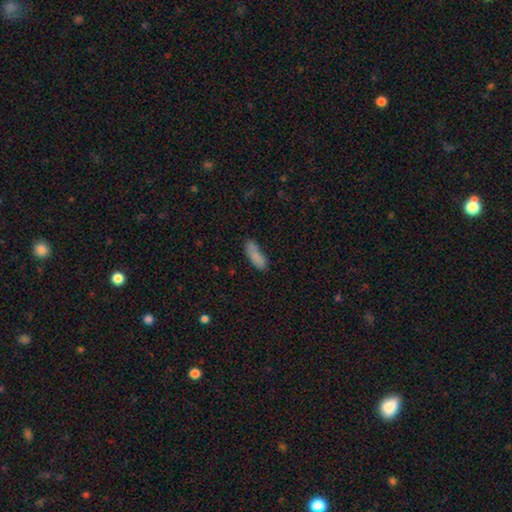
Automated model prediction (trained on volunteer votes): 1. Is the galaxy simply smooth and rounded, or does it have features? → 84% smooth, 8% featured or disk, 8% star or artifact.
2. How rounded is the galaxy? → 61% in between, 37% cigar-shaped, 2% round.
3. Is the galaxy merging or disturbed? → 65% none, 23% minor disturbance, 6% merger, 6% major disturbance.